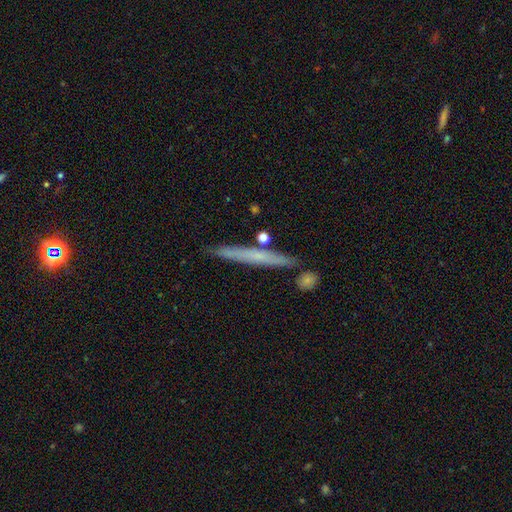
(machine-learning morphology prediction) type=smooth (50%); merging=none (81%).